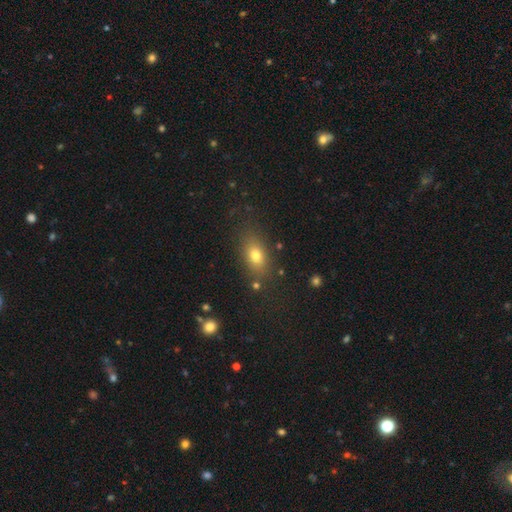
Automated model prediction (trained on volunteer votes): smooth_or_featured: smooth (p=0.74) [alt: featured or disk p=0.13]
how_rounded: in between (p=0.77) [alt: round p=0.16]
merging: none (p=0.78) [alt: minor disturbance p=0.13]